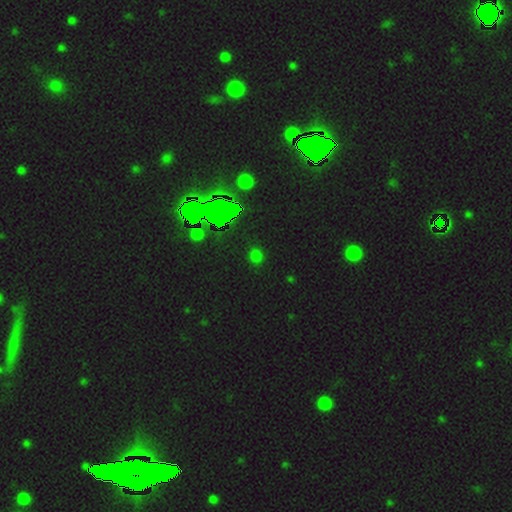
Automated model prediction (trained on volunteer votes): star or artifact 51%, smooth 41%, featured or disk 8%.